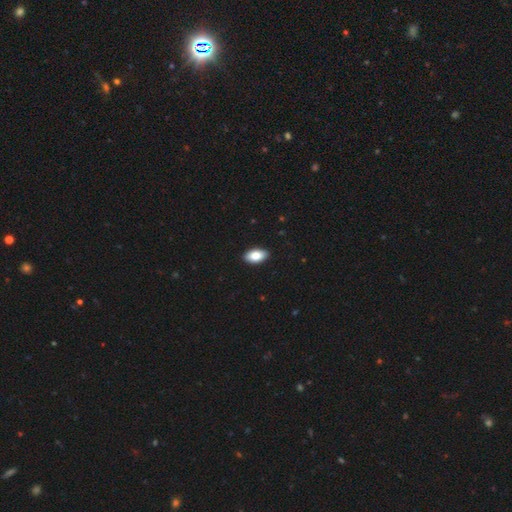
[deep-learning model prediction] Morphology: type=smooth (84%); roundness=in between (93%); merging=none (91%).